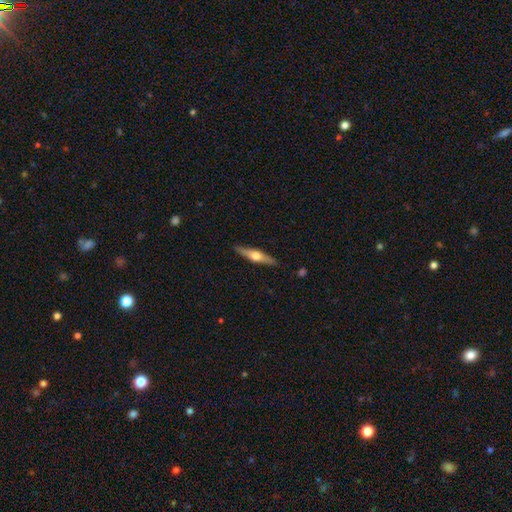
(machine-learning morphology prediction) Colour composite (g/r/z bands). It shows a featured or disk galaxy (65%) viewed edge-on (96%) with a rounded central bulge (94%). Merging: none (90%).